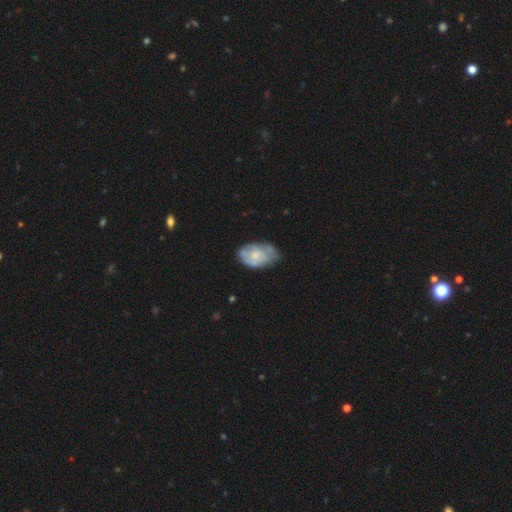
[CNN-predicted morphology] type=featured or disk (47%); merging=none (56%).